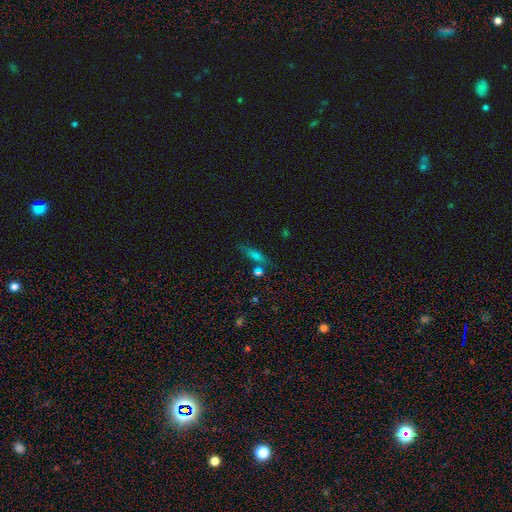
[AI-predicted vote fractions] Overall: smooth (62%). How rounded: cigar-shaped (60%; in between 35%). Merging: none (66%).